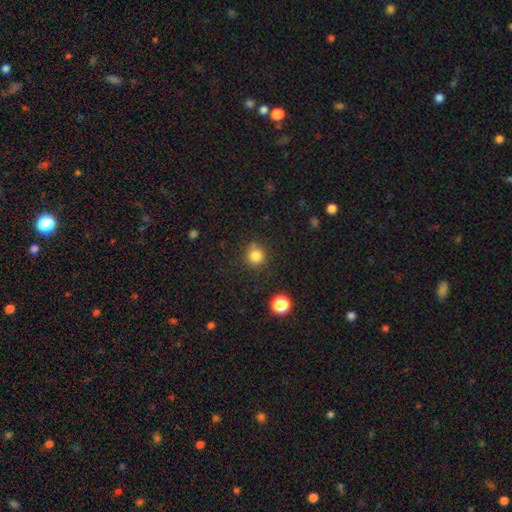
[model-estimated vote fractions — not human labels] The model was most divided on "merging": none: 81%, minor disturbance: 12%, major disturbance: 3%, merger: 3%. More confident: how rounded — round (90%); smooth or featured — smooth (82%).